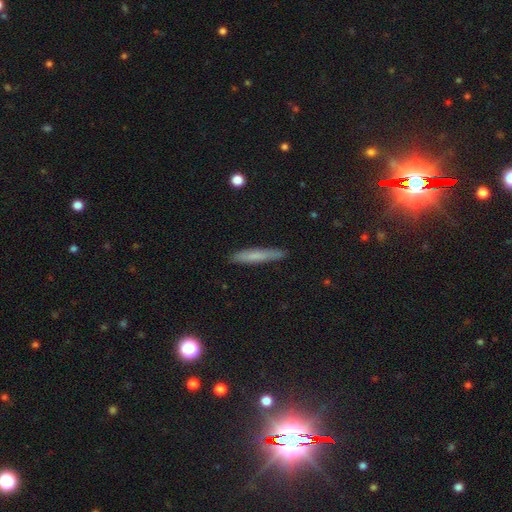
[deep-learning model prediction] smooth 68%, featured or disk 24%, star or artifact 8%. Down the decision tree: how rounded — cigar-shaped (93%); merging — none (88%).